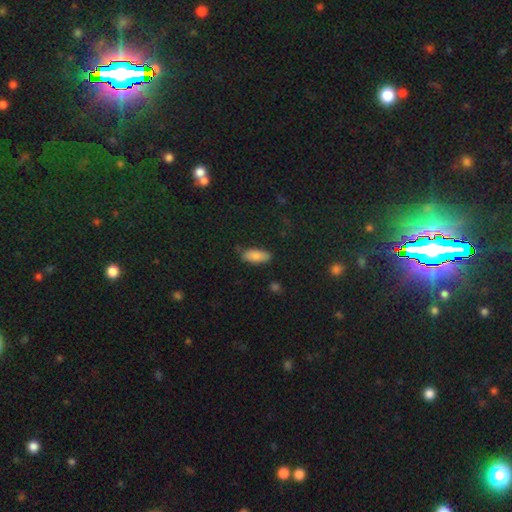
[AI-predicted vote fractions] Smooth or featured?
  - smooth: 85% *
  - featured or disk: 8%
  - star or artifact: 8%
How rounded?
  - in between: 83% *
  - cigar-shaped: 15%
  - round: 2%
Merging?
  - none: 79% *
  - minor disturbance: 16%
  - major disturbance: 3%
  - merger: 2%